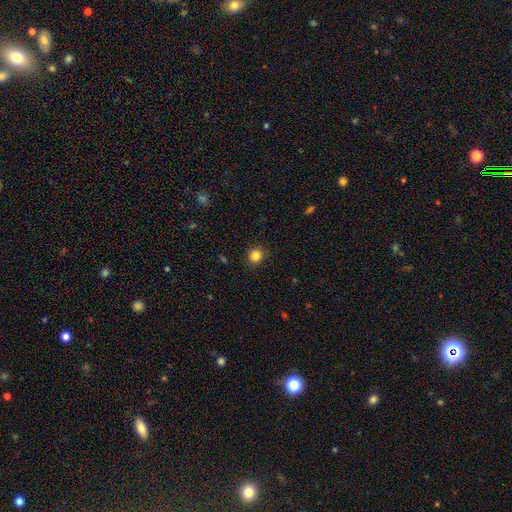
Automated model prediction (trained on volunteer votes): smooth 84%, star or artifact 11%, featured or disk 4%. Down the decision tree: how rounded — round (84%); merging — none (90%).